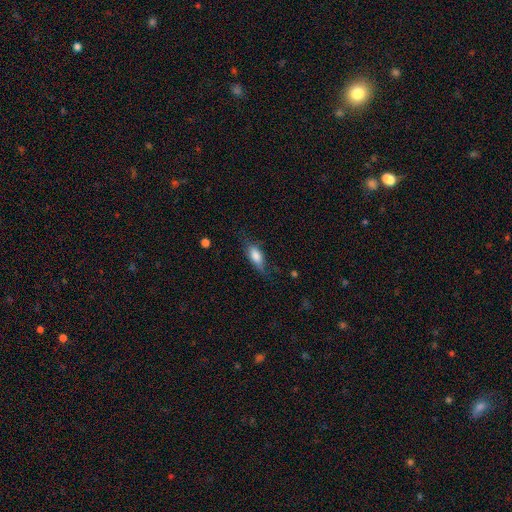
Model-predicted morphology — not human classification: A smooth galaxy with no disk features (75%) that is in between round and cigar-shaped (76%).

Vote fractions:
- Smooth or featured? smooth: 75% / featured or disk: 18% / star or artifact: 7%
- How rounded? in between: 76% / cigar-shaped: 21% / round: 3%
- Merging? none: 60% / minor disturbance: 27% / major disturbance: 12% / merger: 2%